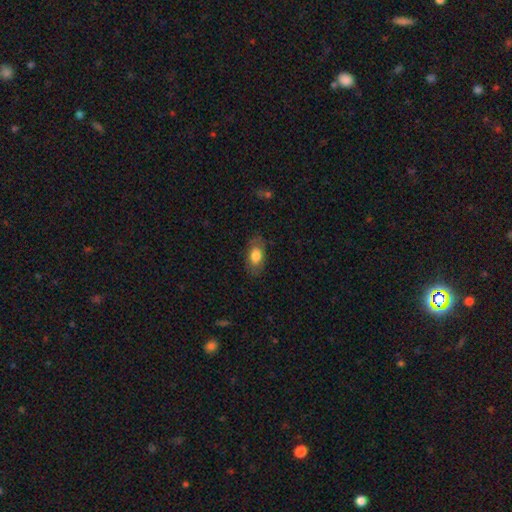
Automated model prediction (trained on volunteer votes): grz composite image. It shows a smooth galaxy with no disk features (72%) that is in between round and cigar-shaped (90%). Merging: none (78%).